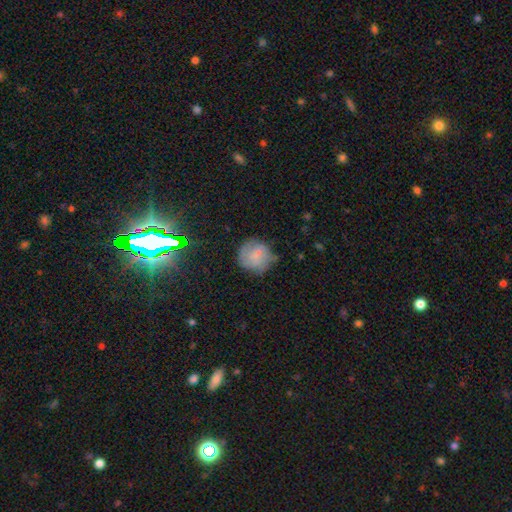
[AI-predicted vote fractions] Morphology: type=smooth (66%); roundness=round (88%); merging=none (62%).